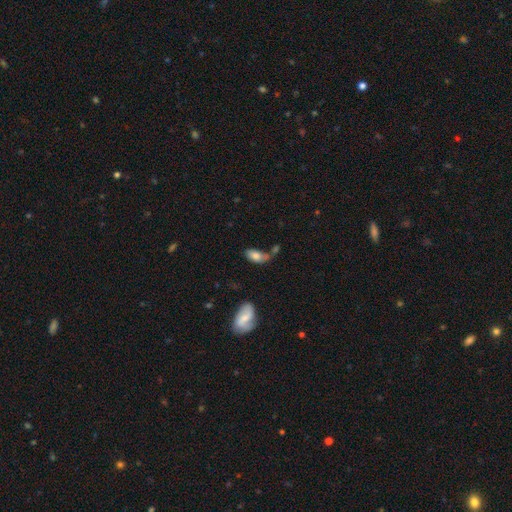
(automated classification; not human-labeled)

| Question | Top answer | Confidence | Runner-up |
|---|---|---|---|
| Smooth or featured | smooth | 76% | featured or disk (16%) |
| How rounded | in between | 92% | cigar-shaped (4%) |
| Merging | none | 40% | merger (25%) |